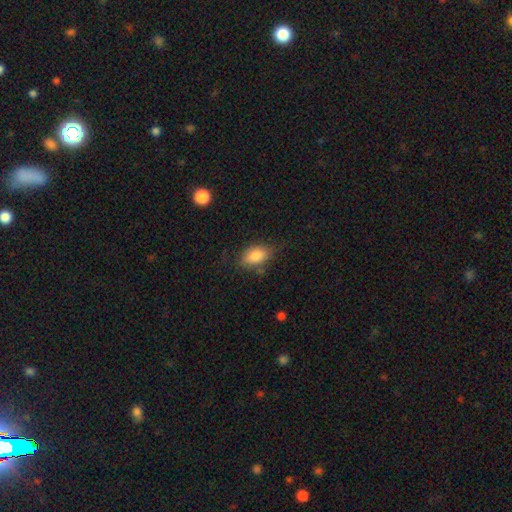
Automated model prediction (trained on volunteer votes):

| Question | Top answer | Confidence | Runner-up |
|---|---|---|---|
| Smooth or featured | smooth | 83% | featured or disk (9%) |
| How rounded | in between | 88% | round (9%) |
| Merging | none | 73% | minor disturbance (20%) |